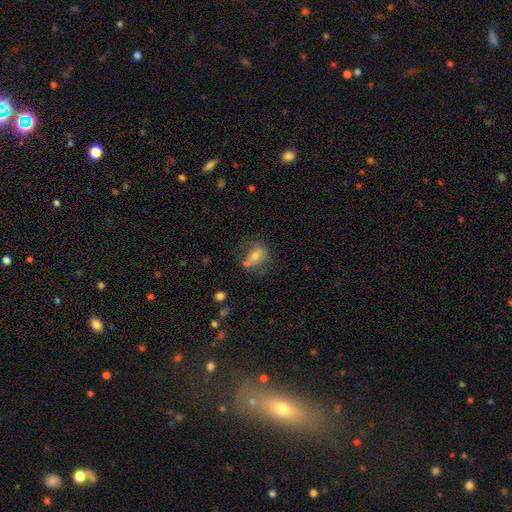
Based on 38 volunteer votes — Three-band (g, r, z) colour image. It shows a smooth galaxy with no disk features (58%) that is in between round and cigar-shaped (68%). Merging: none (53%).